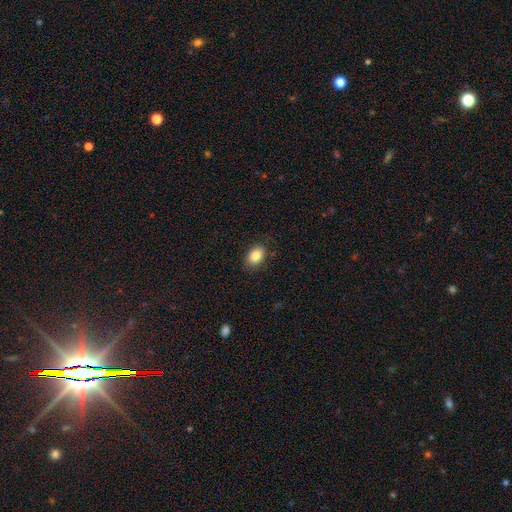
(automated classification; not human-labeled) A smooth galaxy with no disk features (85%) that is in between round and cigar-shaped (80%).

Vote fractions:
- Smooth or featured? smooth: 85% / star or artifact: 8% / featured or disk: 6%
- How rounded? in between: 80% / round: 19% / cigar-shaped: 1%
- Merging? none: 86% / minor disturbance: 10% / major disturbance: 3% / merger: 1%